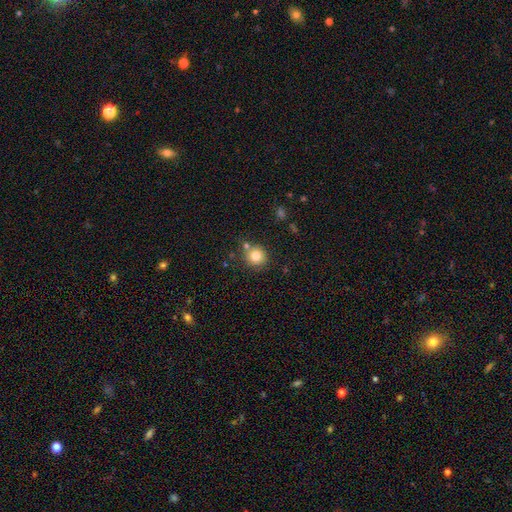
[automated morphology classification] smooth_or_featured: smooth (p=0.80) [alt: star or artifact p=0.11]
how_rounded: round (p=0.90) [alt: in between p=0.09]
merging: none (p=0.75) [alt: merger p=0.11]